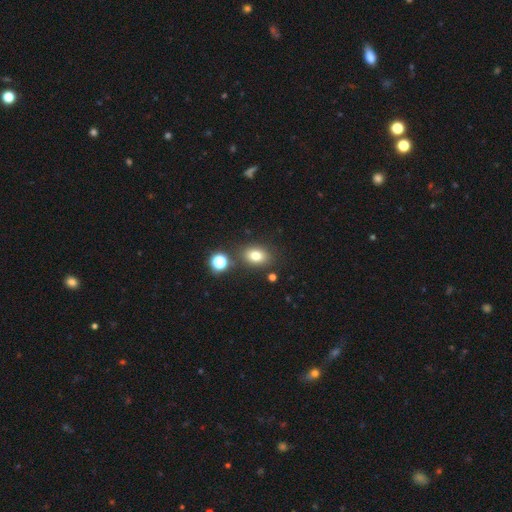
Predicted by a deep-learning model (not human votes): Q: Smooth or featured?
A: smooth (76%); runner-up: star or artifact (14%)
Q: How rounded?
A: in between (68%); runner-up: round (30%)
Q: Merging?
A: none (80%); runner-up: minor disturbance (11%)